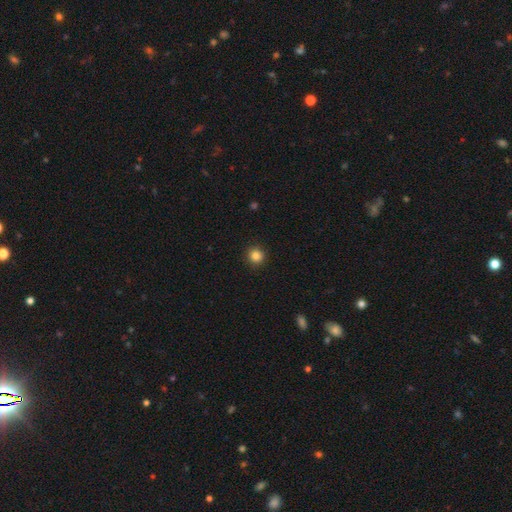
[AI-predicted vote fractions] This is clearly a smooth galaxy (84%). How rounded: clearly round (93%). Merging: clearly none (92%).